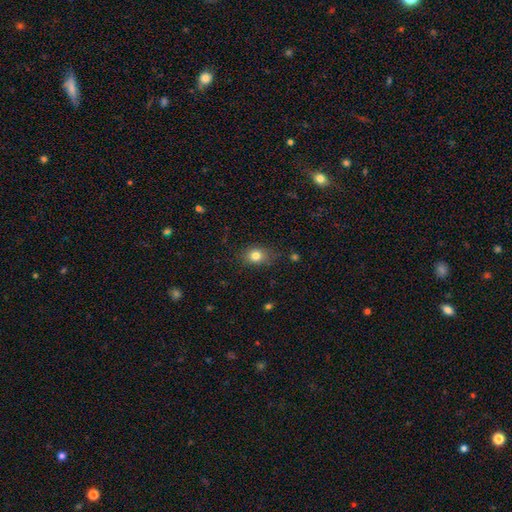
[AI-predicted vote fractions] Smooth or featured: smooth — 81% (star or artifact — 11%)
How rounded: in between — 51% (round — 47%)
Merging: none — 80% (minor disturbance — 15%)